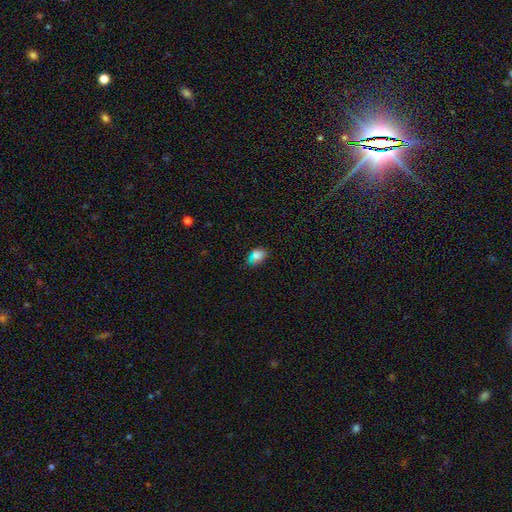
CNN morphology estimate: The model was most divided on "how rounded": in between: 76%, round: 22%, cigar-shaped: 2%. More confident: smooth or featured — smooth (76%); merging — none (75%).